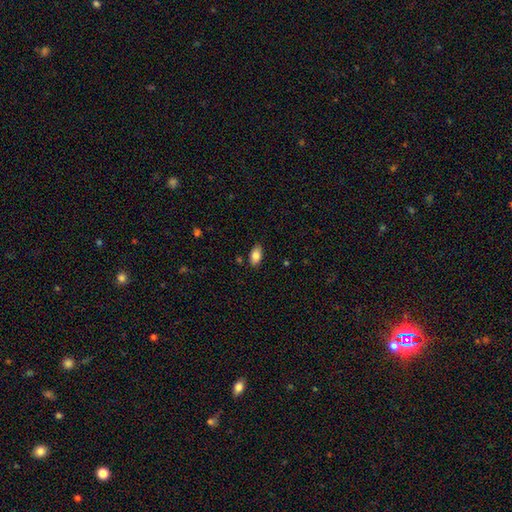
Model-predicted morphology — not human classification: This appears to be a smooth galaxy with no disk features (84%) that is in between round and cigar-shaped (92%). Merging: none (84%).